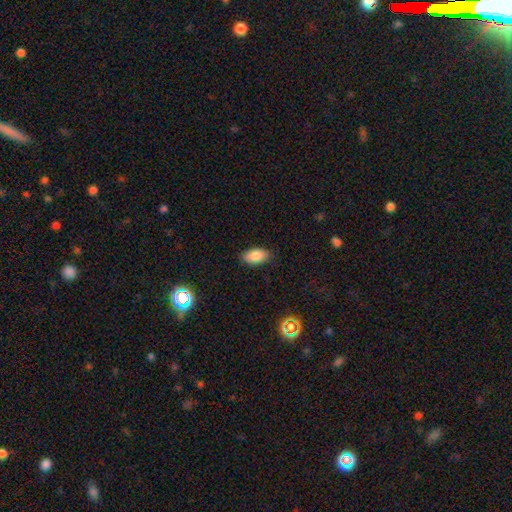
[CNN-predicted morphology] A smooth galaxy with no disk features (85%) that is in between round and cigar-shaped (93%).

Vote fractions:
- Smooth or featured? smooth: 85% / star or artifact: 8% / featured or disk: 6%
- How rounded? in between: 93% / round: 5% / cigar-shaped: 2%
- Merging? none: 85% / minor disturbance: 11% / major disturbance: 2% / merger: 1%